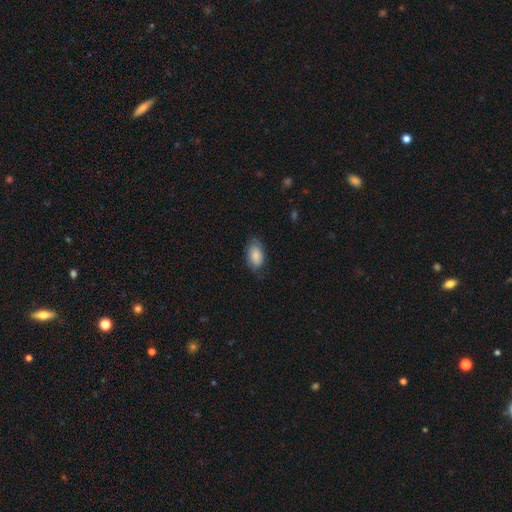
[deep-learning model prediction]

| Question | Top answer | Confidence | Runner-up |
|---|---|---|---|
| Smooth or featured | smooth | 80% | featured or disk (14%) |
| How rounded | in between | 93% | round (6%) |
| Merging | none | 67% | minor disturbance (25%) |